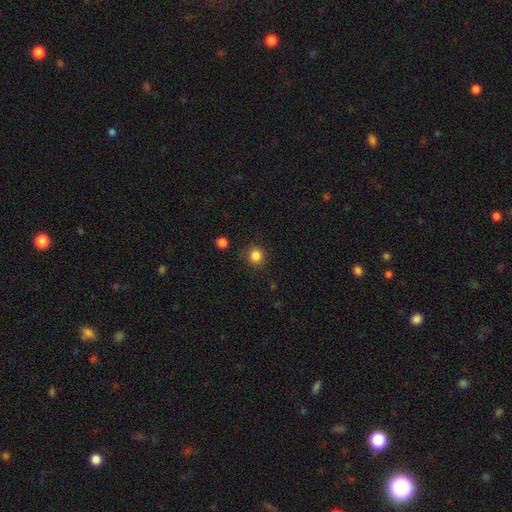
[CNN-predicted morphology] Smooth or featured? Predicted: smooth (p=0.85). How rounded? Predicted: round (p=0.92). Merging? Predicted: none (p=0.88).